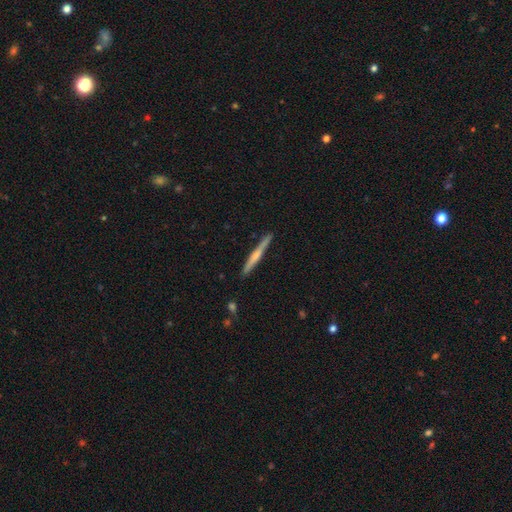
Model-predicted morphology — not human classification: Smooth or featured? featured or disk (53%)
Edge-on disk? yes (98%)
Edge-on bulge? rounded (58%)
Merging? none (90%)